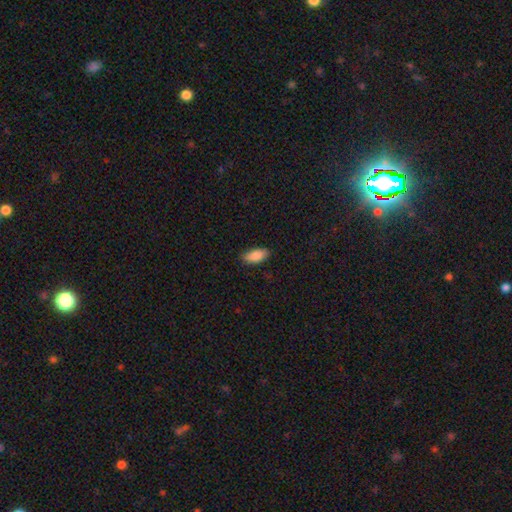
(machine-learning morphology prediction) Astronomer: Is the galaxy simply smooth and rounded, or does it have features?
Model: smooth — 88%.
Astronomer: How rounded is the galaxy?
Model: in between — 87%.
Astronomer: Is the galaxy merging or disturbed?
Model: none — 83%.